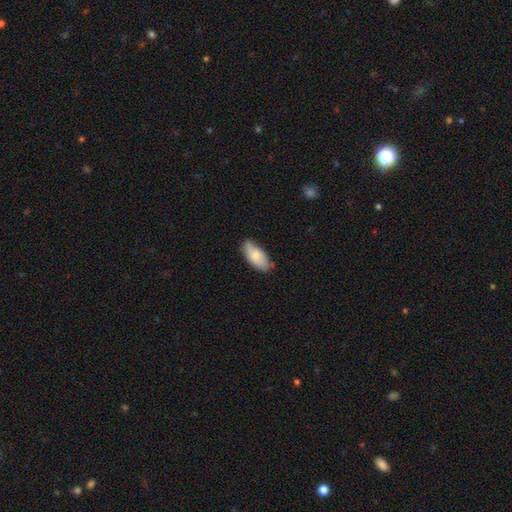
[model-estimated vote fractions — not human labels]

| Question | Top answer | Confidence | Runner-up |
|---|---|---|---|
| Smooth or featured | smooth | 77% | featured or disk (17%) |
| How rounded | in between | 90% | cigar-shaped (8%) |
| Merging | none | 68% | minor disturbance (27%) |